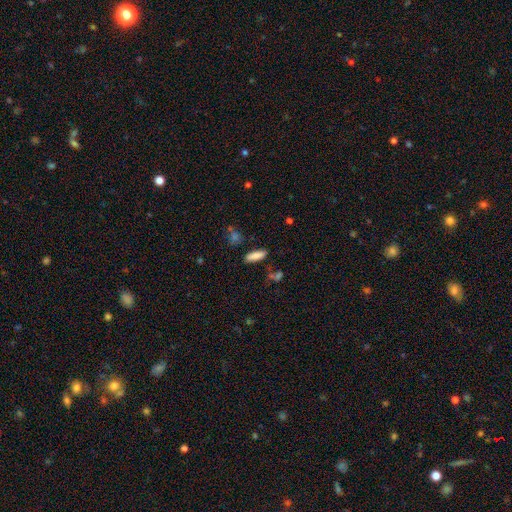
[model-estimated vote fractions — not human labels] smooth 84%, featured or disk 8%, star or artifact 8%. Down the decision tree: how rounded — in between (55%); merging — none (80%).